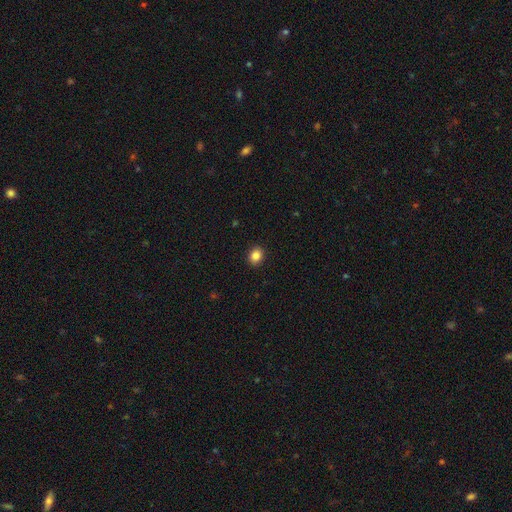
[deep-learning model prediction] Morphology: type=smooth (85%); roundness=round (60%); merging=none (91%).